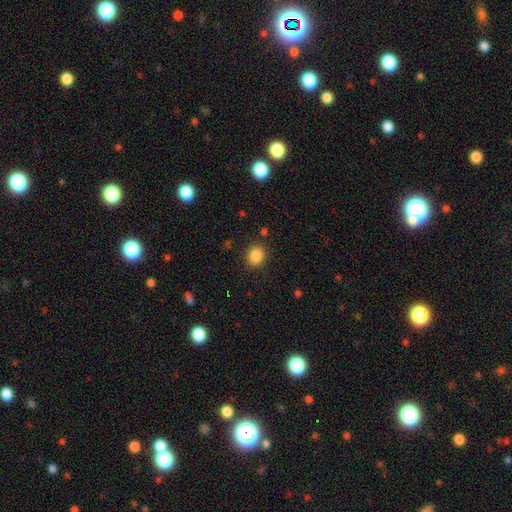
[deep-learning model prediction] Q: Smooth or featured?
A: smooth (86%); runner-up: star or artifact (10%)
Q: How rounded?
A: round (70%); runner-up: in between (29%)
Q: Merging?
A: none (88%); runner-up: minor disturbance (8%)